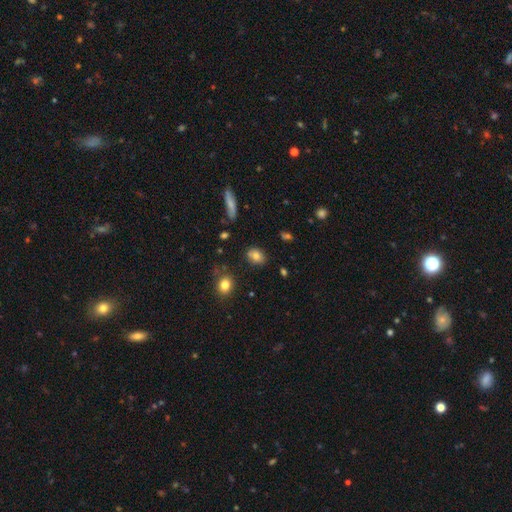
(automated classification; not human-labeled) A smooth galaxy with no disk features (76%) that is in between round and cigar-shaped (62%).

Vote fractions:
- Smooth or featured? smooth: 76% / featured or disk: 12% / star or artifact: 12%
- How rounded? in between: 62% / round: 36% / cigar-shaped: 2%
- Merging? none: 77% / minor disturbance: 15% / merger: 4% / major disturbance: 3%